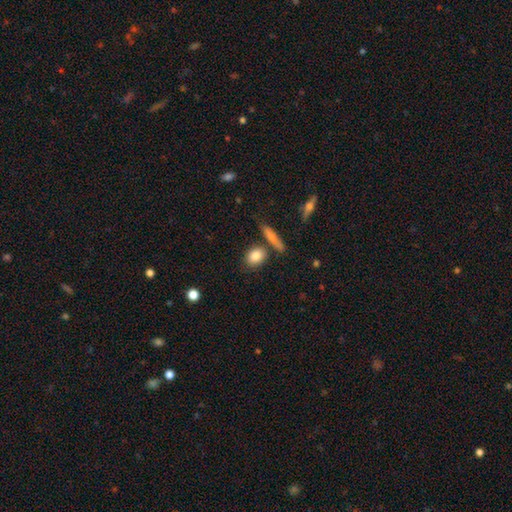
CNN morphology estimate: This is clearly a smooth galaxy (85%). How rounded: possibly in between (54%). Merging: likely none (71%).